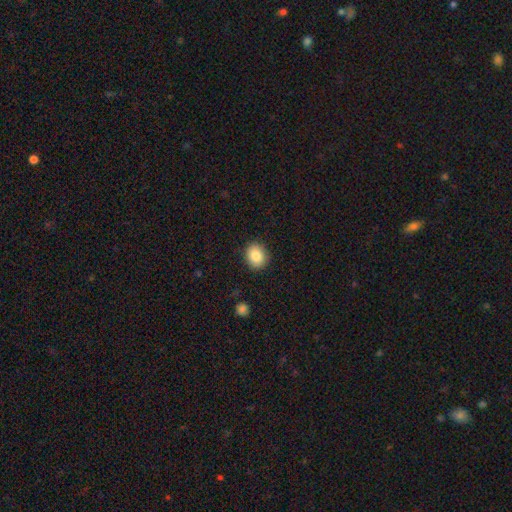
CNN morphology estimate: type=smooth (84%); roundness=round (63%); merging=none (89%).